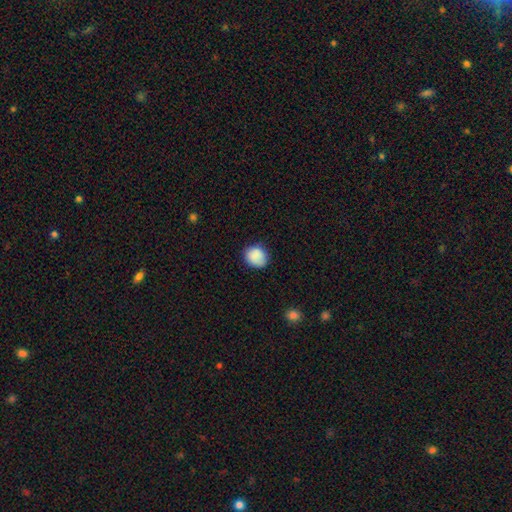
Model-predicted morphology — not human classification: smooth 86%, star or artifact 8%, featured or disk 6%. Down the decision tree: how rounded — round (75%); merging — none (76%).